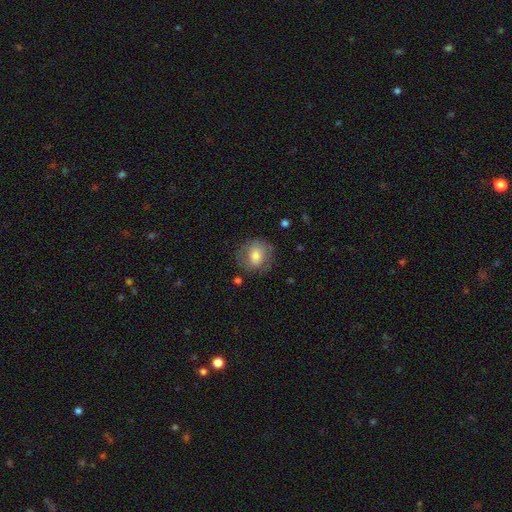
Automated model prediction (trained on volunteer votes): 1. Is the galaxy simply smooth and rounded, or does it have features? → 68% smooth, 25% featured or disk, 8% star or artifact.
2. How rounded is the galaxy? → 72% round, 27% in between, 1% cigar-shaped.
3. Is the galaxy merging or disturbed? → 72% none, 18% minor disturbance, 8% major disturbance, 2% merger.